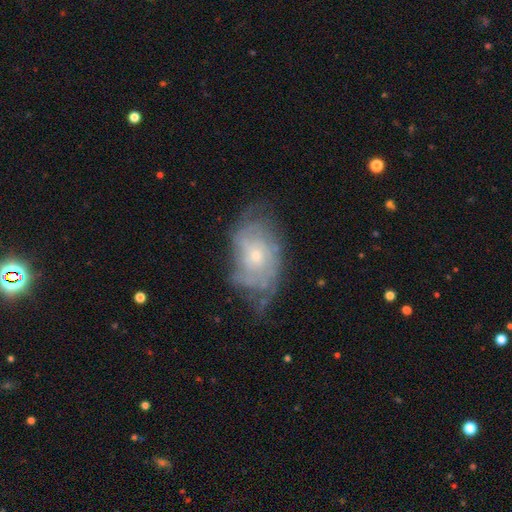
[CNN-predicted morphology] This appears to be a featured or disk galaxy (73%) with no bar (79%), tight (52%) spiral arms (77%) and a small central bulge (63%). Merging: none (50%).